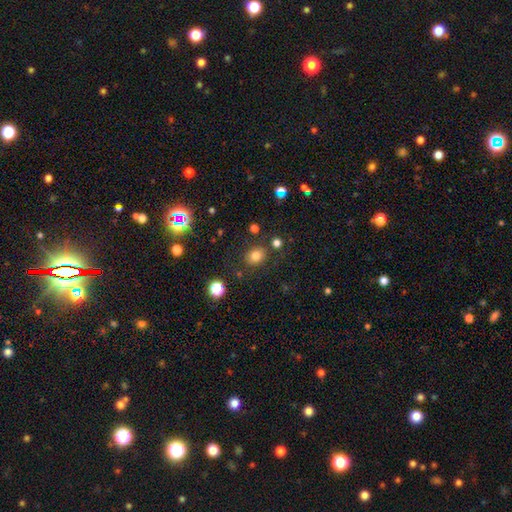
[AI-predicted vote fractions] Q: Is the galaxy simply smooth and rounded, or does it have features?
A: smooth — 78%.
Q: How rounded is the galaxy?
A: round — 64%.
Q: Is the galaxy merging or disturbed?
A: none — 80%.